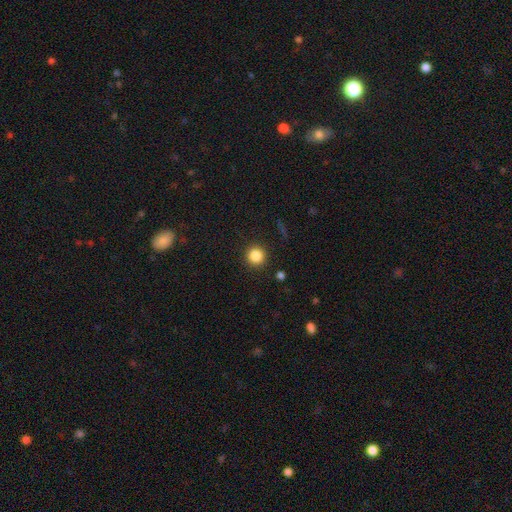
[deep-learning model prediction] Smooth or featured?
  - smooth: 85% *
  - star or artifact: 11%
  - featured or disk: 4%
How rounded?
  - round: 94% *
  - in between: 5%
  - cigar-shaped: 1%
Merging?
  - none: 91% *
  - minor disturbance: 6%
  - major disturbance: 2%
  - merger: 1%